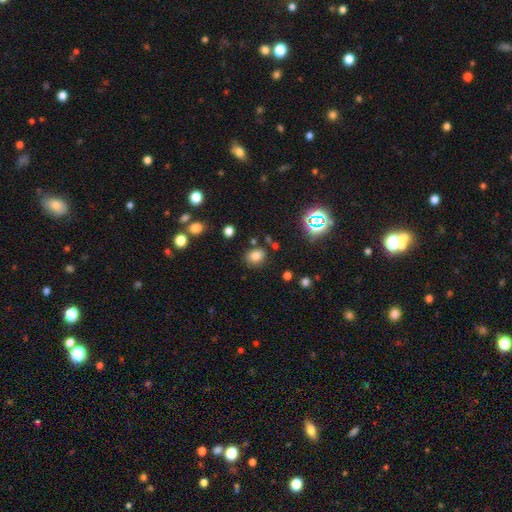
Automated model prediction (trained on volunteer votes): smooth_or_featured: smooth (p=0.78) [alt: star or artifact p=0.15]
how_rounded: round (p=0.52) [alt: in between p=0.47]
merging: none (p=0.78) [alt: minor disturbance p=0.13]